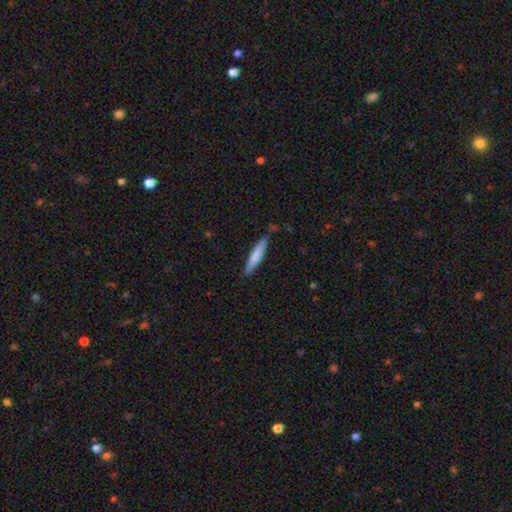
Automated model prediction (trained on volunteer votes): Q: Smooth or featured?
A: smooth (74%); runner-up: featured or disk (21%)
Q: How rounded?
A: cigar-shaped (90%); runner-up: in between (9%)
Q: Merging?
A: none (79%); runner-up: minor disturbance (15%)